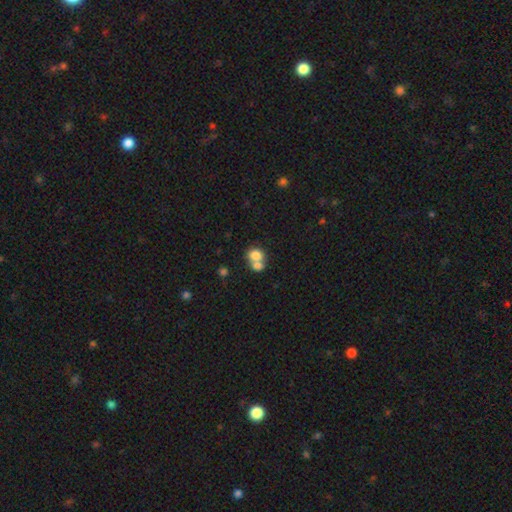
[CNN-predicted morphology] The model was most divided on "how rounded": round: 61%, in between: 38%, cigar-shaped: 1%. More confident: smooth or featured — smooth (76%); merging — merger (62%).